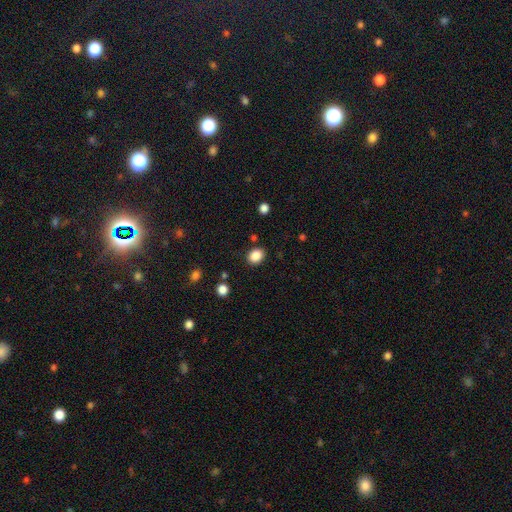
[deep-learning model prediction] Smooth or featured? Predicted: smooth (p=0.87). How rounded? Predicted: in between (p=0.53). Merging? Predicted: none (p=0.86).